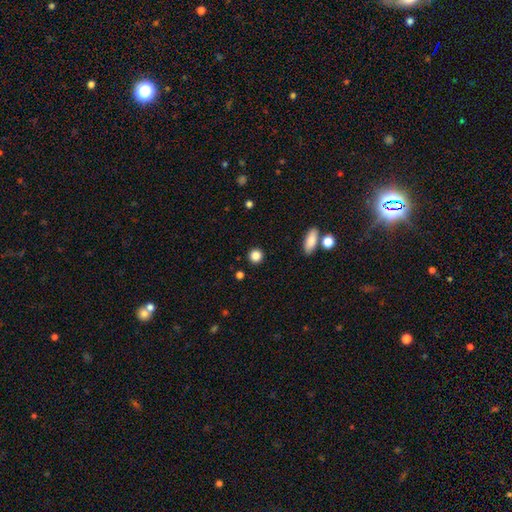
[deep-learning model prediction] A smooth galaxy with no disk features (86%) that is round (91%).

Vote fractions:
- Smooth or featured? smooth: 86% / star or artifact: 10% / featured or disk: 4%
- How rounded? round: 91% / in between: 7% / cigar-shaped: 1%
- Merging? none: 90% / minor disturbance: 6% / merger: 2% / major disturbance: 2%